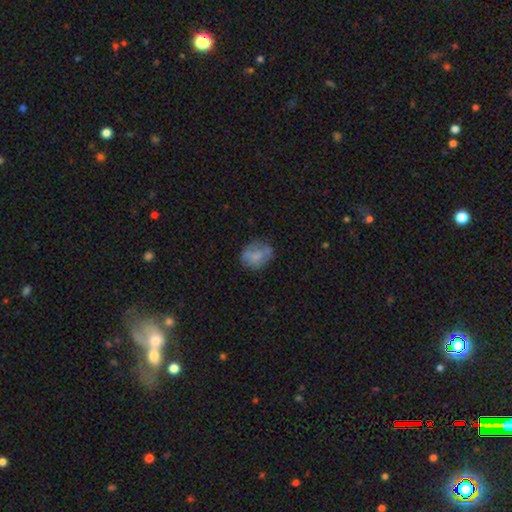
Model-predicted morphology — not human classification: smooth-or-featured: smooth: 65% | featured or disk: 25% | star or artifact: 10%
  how-rounded: round: 54% | in between: 44% | cigar-shaped: 1%
  merging: none: 61% | minor disturbance: 24% | major disturbance: 10% | merger: 5%